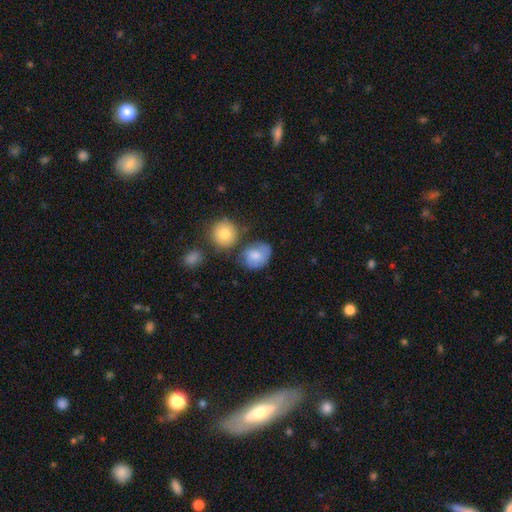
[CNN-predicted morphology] Overall: smooth (74%). How rounded: round (54%; in between 45%). Merging: none (54%; minor disturbance 25%).